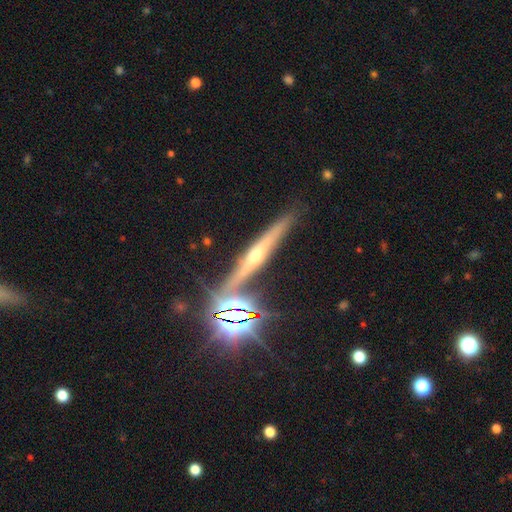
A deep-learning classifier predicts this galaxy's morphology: Smooth or featured?
  - featured or disk: 60% *
  - star or artifact: 25%
  - smooth: 15%
Edge-on disk?
  - yes: 94% *
  - no: 6%
Edge-on bulge?
  - rounded: 84% *
  - none: 11%
  - boxy: 5%
Merging?
  - none: 81% *
  - minor disturbance: 10%
  - merger: 6%
  - major disturbance: 3%